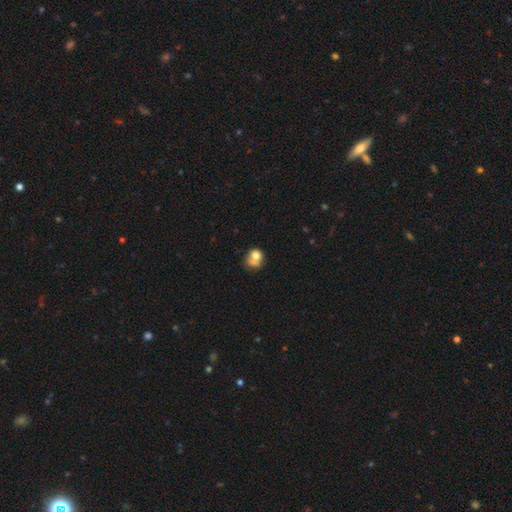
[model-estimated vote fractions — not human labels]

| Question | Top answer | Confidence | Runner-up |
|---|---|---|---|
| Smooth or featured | smooth | 68% | featured or disk (21%) |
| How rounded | round | 67% | in between (32%) |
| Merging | merger | 36% | none (33%) |